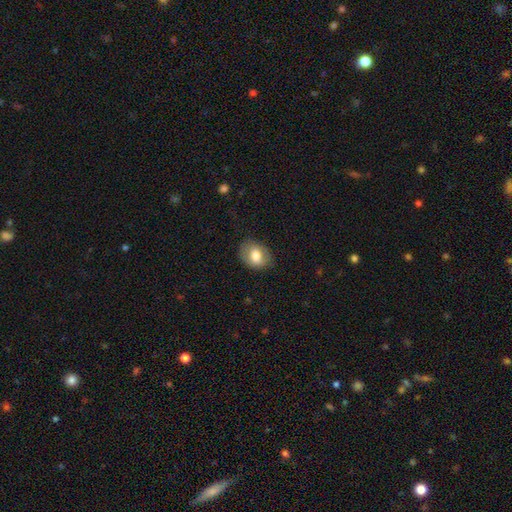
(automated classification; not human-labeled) Smooth or featured?
  - smooth: 73% *
  - featured or disk: 19%
  - star or artifact: 7%
How rounded?
  - in between: 67% *
  - round: 32%
  - cigar-shaped: 1%
Merging?
  - none: 79% *
  - minor disturbance: 15%
  - major disturbance: 5%
  - merger: 1%